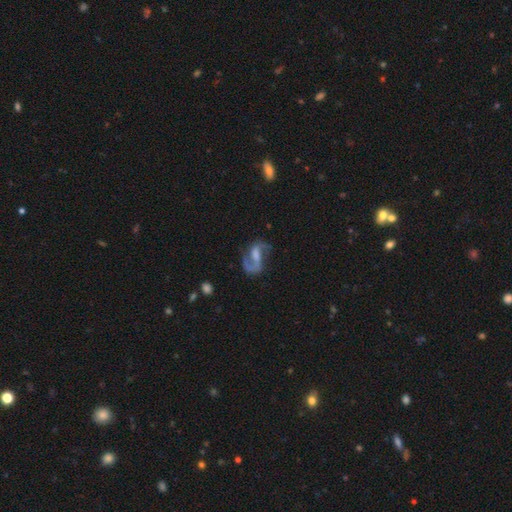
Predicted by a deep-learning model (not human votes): Smooth or featured? Predicted: featured or disk (p=0.86). Edge-on disk? Predicted: no (p=0.97). Bar? Predicted: weak (p=0.50). Spiral arms? Predicted: yes (p=0.95). Spiral winding? Predicted: loose (p=0.47). Spiral arm count? Predicted: 2 (p=0.87). Bulge size? Predicted: moderate (p=0.34). Merging? Predicted: none (p=0.63).